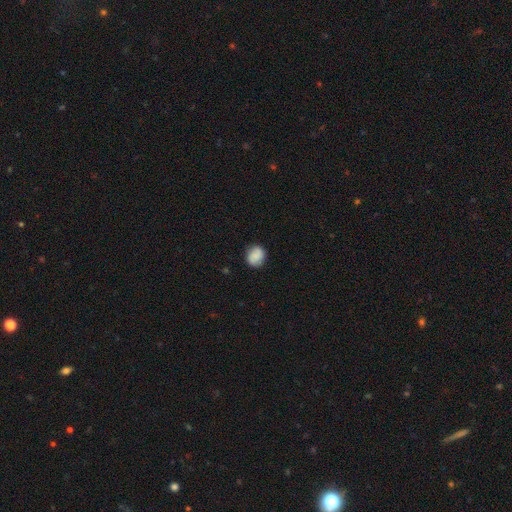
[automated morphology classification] The model was most divided on "how rounded": round: 71%, in between: 28%, cigar-shaped: 1%. More confident: merging — none (84%); smooth or featured — smooth (79%).